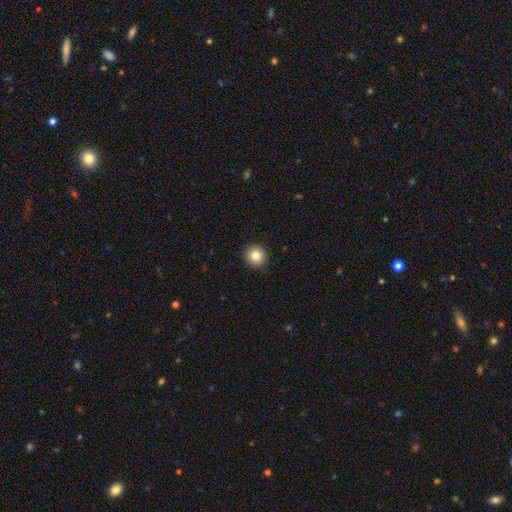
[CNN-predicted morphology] smooth_or_featured: smooth (p=0.84) [alt: star or artifact p=0.10]
how_rounded: round (p=0.93) [alt: in between p=0.06]
merging: none (p=0.92) [alt: minor disturbance p=0.05]